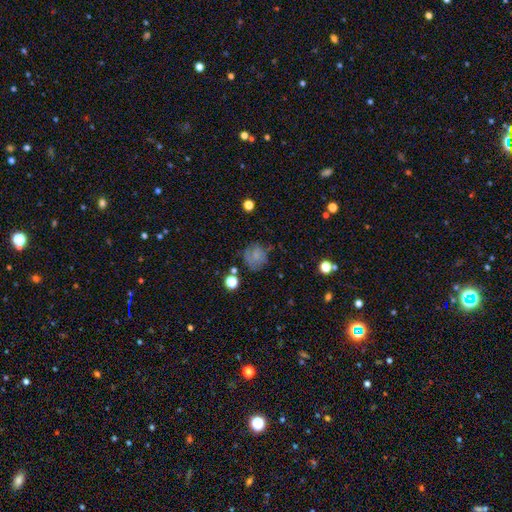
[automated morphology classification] This is likely a smooth galaxy (66%). How rounded: clearly round (83%). Merging: likely none (61%).